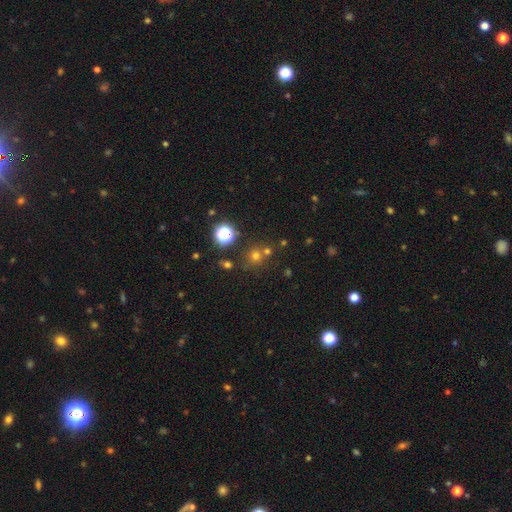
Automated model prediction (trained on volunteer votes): Smooth or featured? smooth (60%)
How rounded? round (90%)
Merging? none (68%)